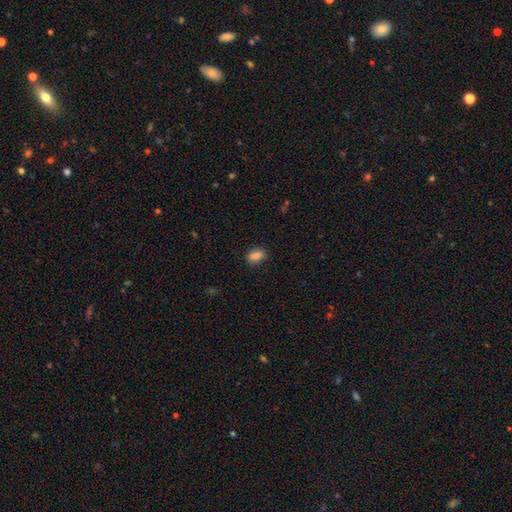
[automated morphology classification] smooth_or_featured: smooth (p=0.84) [alt: star or artifact p=0.10]
how_rounded: in between (p=0.80) [alt: round p=0.17]
merging: none (p=0.82) [alt: minor disturbance p=0.14]